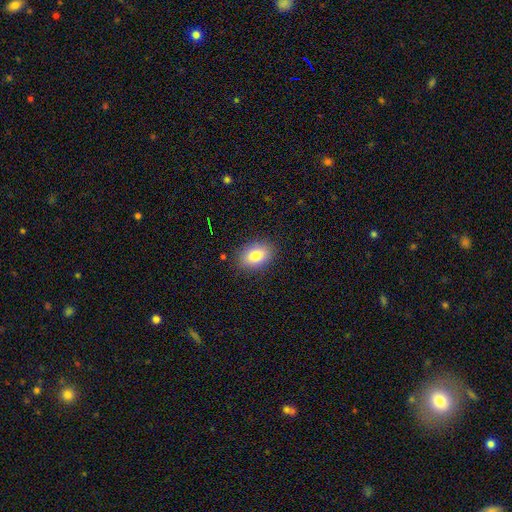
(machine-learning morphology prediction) Overall: smooth (81%). How rounded: in between (82%). Merging: none (87%).